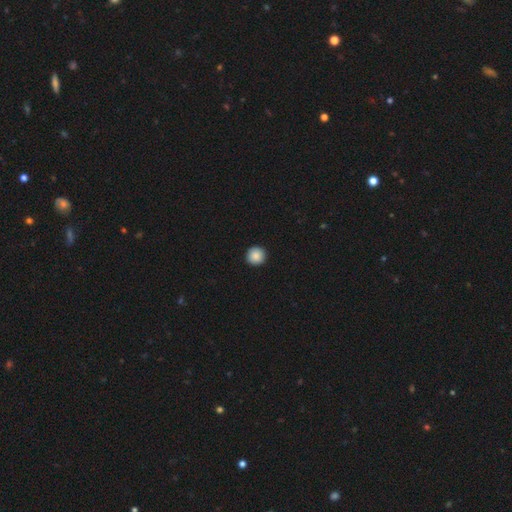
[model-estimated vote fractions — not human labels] Morphology: type=smooth (88%); roundness=round (96%); merging=none (93%).